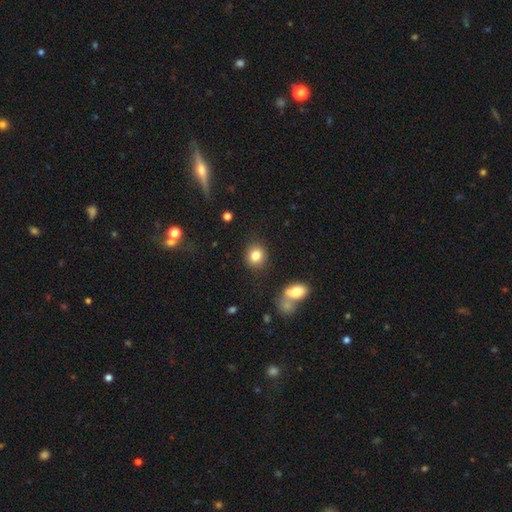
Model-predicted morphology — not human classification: This is clearly a smooth galaxy (83%). How rounded: likely round (77%). Merging: clearly none (85%).